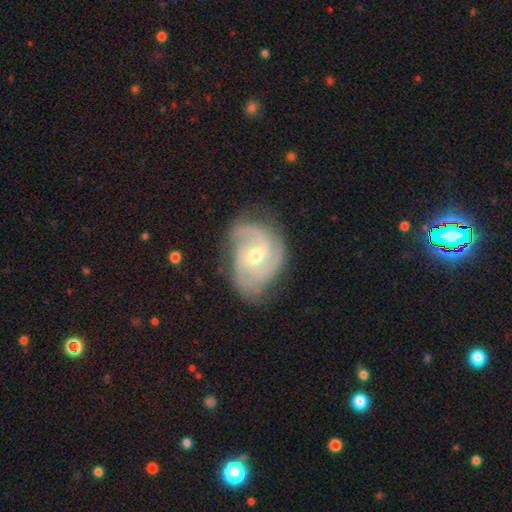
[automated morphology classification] type=featured or disk (88%); edge-on=no (98%); bar=no (49%); spiral arms=yes (97%); winding=tight (45%); arm count=3 (46%); bulge=moderate (58%); merging=none (66%).